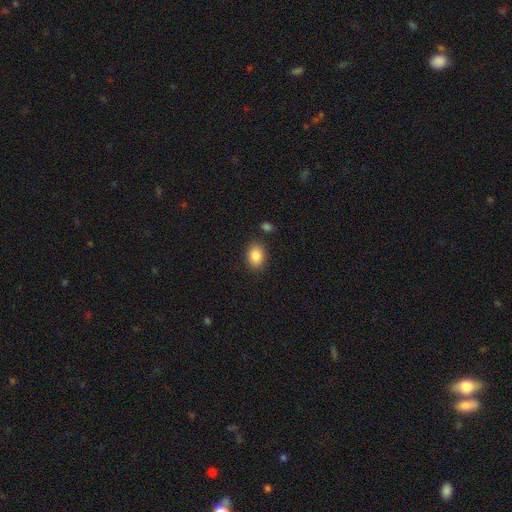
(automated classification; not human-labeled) This is clearly a smooth galaxy (87%). How rounded: likely in between (68%). Merging: clearly none (84%).